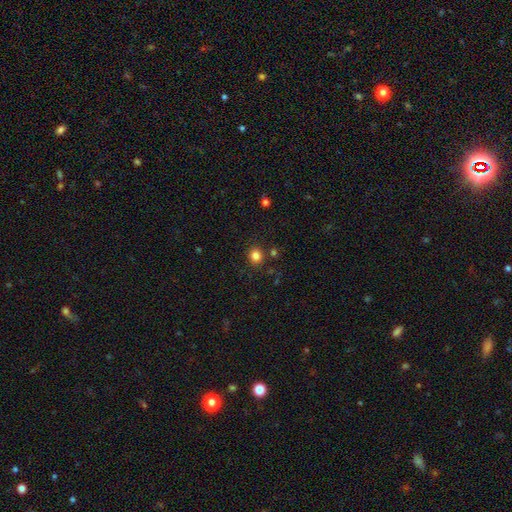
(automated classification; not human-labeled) Smooth or featured? smooth (83%)
How rounded? round (82%)
Merging? none (85%)